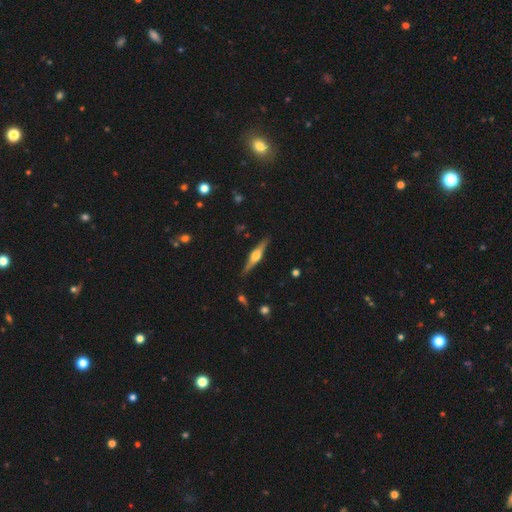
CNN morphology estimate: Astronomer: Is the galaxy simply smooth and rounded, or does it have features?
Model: featured or disk — 72%.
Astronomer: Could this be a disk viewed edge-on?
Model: yes — 97%.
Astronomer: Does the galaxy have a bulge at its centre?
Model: rounded — 91%.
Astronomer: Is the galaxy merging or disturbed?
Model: none — 88%.